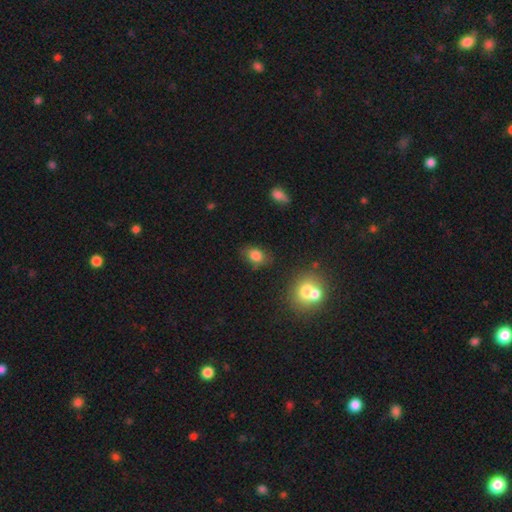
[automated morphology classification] Smooth or featured?
  - smooth: 80% *
  - star or artifact: 11%
  - featured or disk: 9%
How rounded?
  - in between: 70% *
  - round: 29%
  - cigar-shaped: 2%
Merging?
  - none: 69% *
  - minor disturbance: 21%
  - major disturbance: 6%
  - merger: 4%